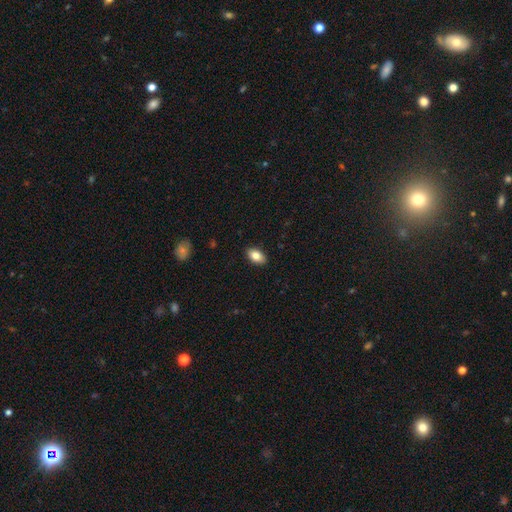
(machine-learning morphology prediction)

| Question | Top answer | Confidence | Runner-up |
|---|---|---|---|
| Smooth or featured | smooth | 83% | featured or disk (10%) |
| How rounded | in between | 91% | round (6%) |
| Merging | none | 89% | minor disturbance (8%) |